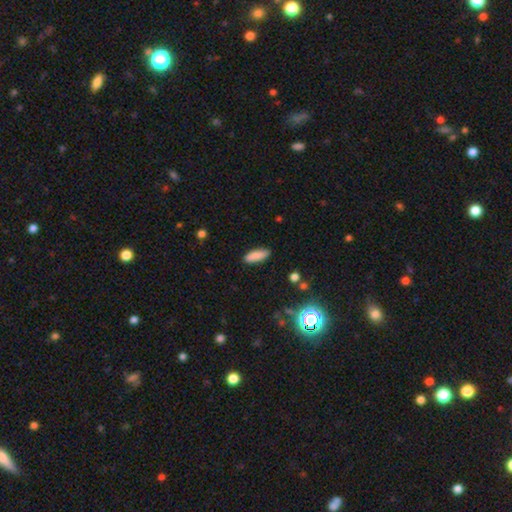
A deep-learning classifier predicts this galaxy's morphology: smooth_or_featured: smooth (p=0.86) [alt: star or artifact p=0.08]
how_rounded: in between (p=0.51) [alt: cigar-shaped p=0.47]
merging: none (p=0.87) [alt: minor disturbance p=0.10]